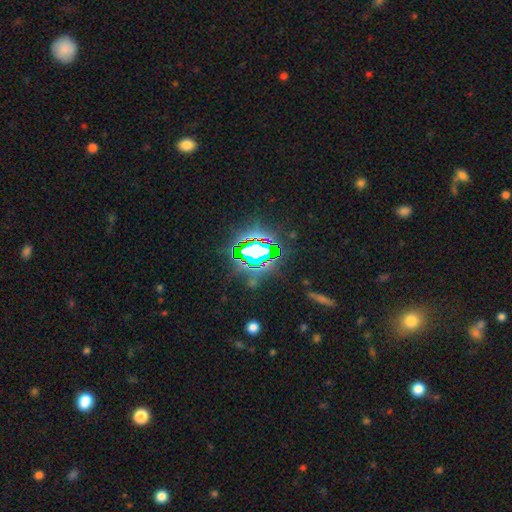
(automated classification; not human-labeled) star or artifact 77%, smooth 12%, featured or disk 11%.